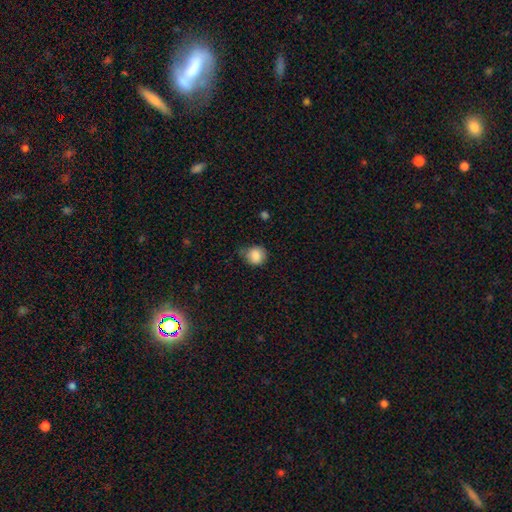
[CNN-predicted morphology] This is clearly a smooth galaxy (85%). How rounded: clearly round (87%). Merging: likely none (66%).